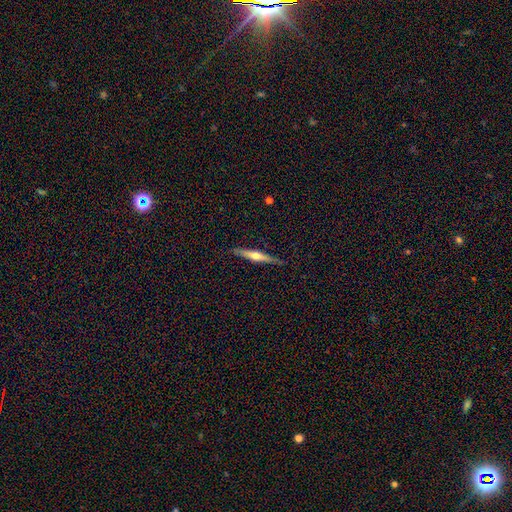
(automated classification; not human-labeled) This is likely a featured or disk galaxy (63%). It is clearly viewed edge-on (96%). Edge-on bulge: clearly rounded (88%). Merging: clearly none (86%).